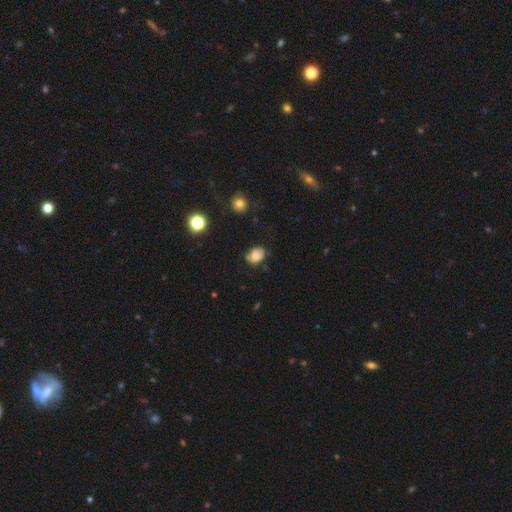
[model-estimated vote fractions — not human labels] Morphology: type=smooth (67%); roundness=in between (59%); merging=none (55%).